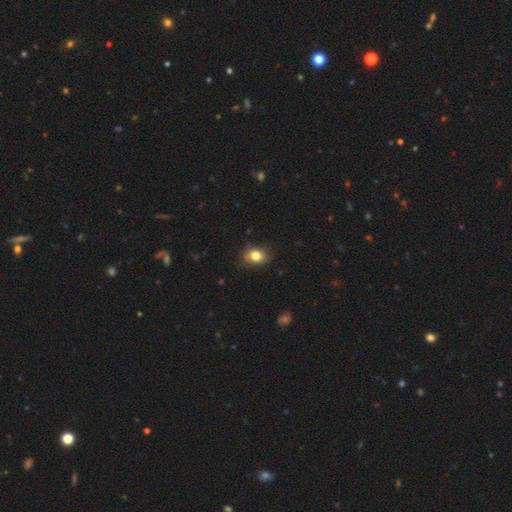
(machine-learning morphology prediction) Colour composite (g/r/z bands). It shows a smooth galaxy with no disk features (82%) that is in between round and cigar-shaped (51%). Merging: none (79%).